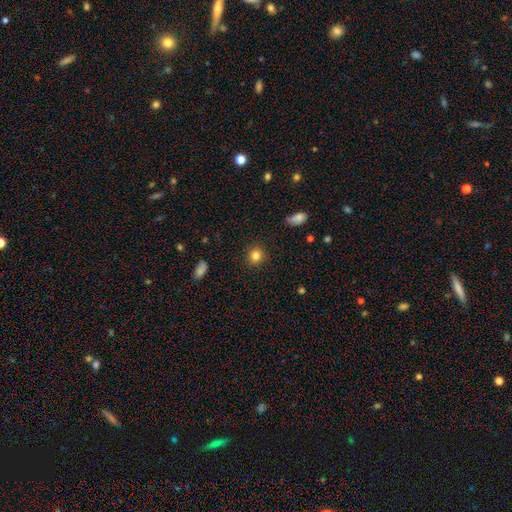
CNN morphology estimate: This appears to be a smooth galaxy with no disk features (83%) that is round (86%). Merging: none (90%).